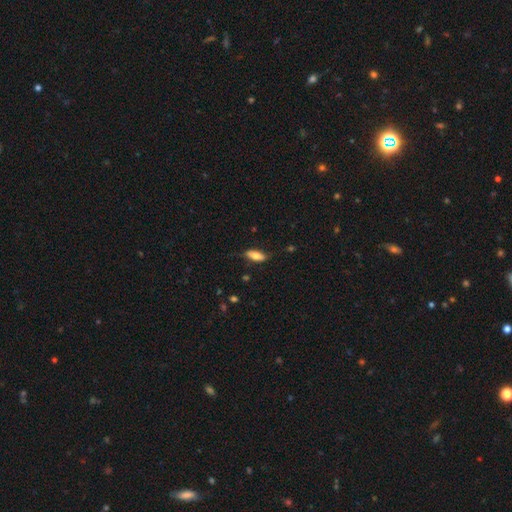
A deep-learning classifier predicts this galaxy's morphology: The model was most divided on "merging": none: 74%, minor disturbance: 21%, major disturbance: 4%, merger: 1%. More confident: how rounded — in between (76%); smooth or featured — smooth (74%).